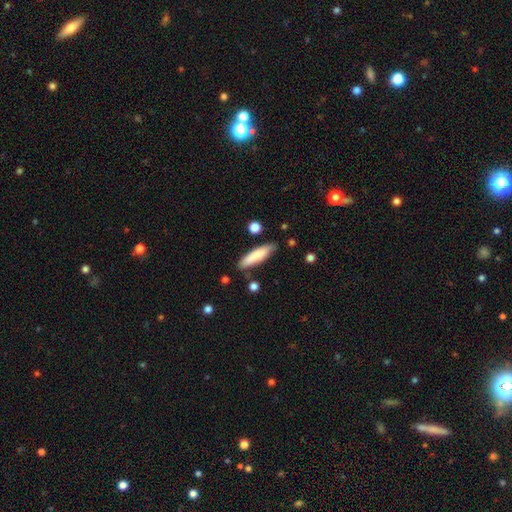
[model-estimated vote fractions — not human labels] A smooth galaxy with no disk features (80%) that is cigar-shaped (74%).

Vote fractions:
- Smooth or featured? smooth: 80% / featured or disk: 14% / star or artifact: 6%
- How rounded? cigar-shaped: 74% / in between: 25% / round: 2%
- Merging? none: 82% / minor disturbance: 13% / merger: 3% / major disturbance: 3%